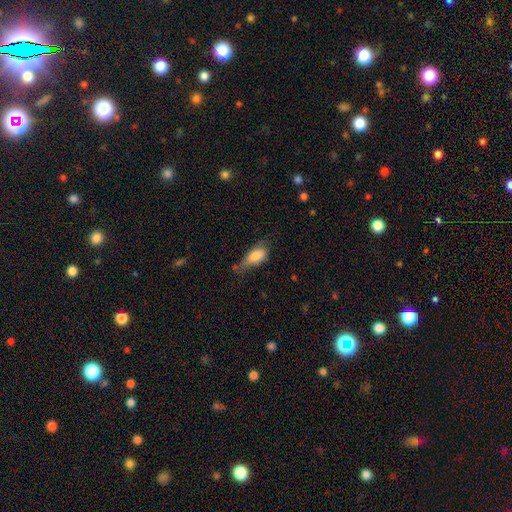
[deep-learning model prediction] A smooth galaxy with no disk features (78%) that is in between round and cigar-shaped (82%).

Vote fractions:
- Smooth or featured? smooth: 78% / featured or disk: 15% / star or artifact: 7%
- How rounded? in between: 82% / cigar-shaped: 15% / round: 3%
- Merging? minor disturbance: 40% / none: 37% / major disturbance: 18% / merger: 5%